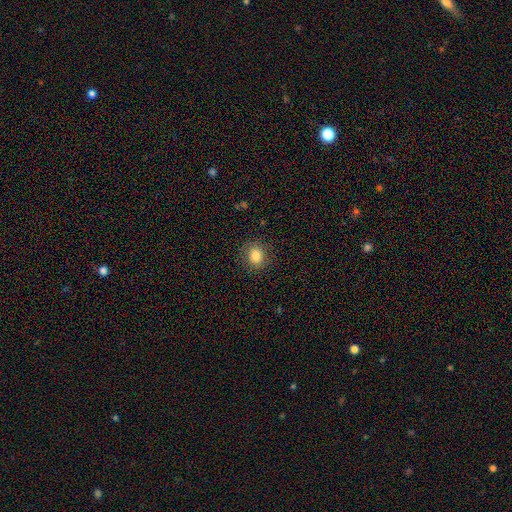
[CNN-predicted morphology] Overall: smooth (83%). How rounded: round (69%; in between 30%). Merging: none (84%).